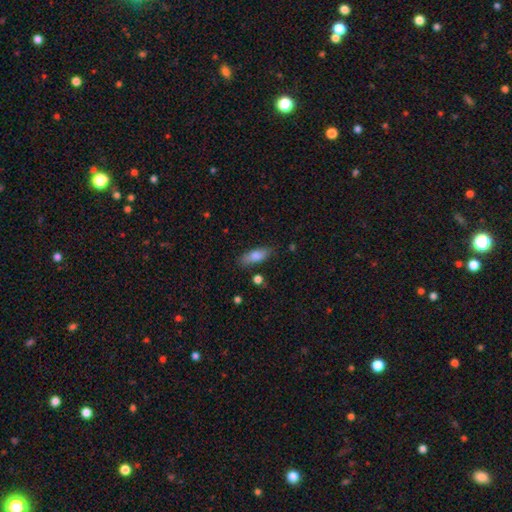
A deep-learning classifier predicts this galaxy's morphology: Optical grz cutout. It shows a smooth galaxy with no disk features (76%) that is in between round and cigar-shaped (65%). Merging: none (78%).